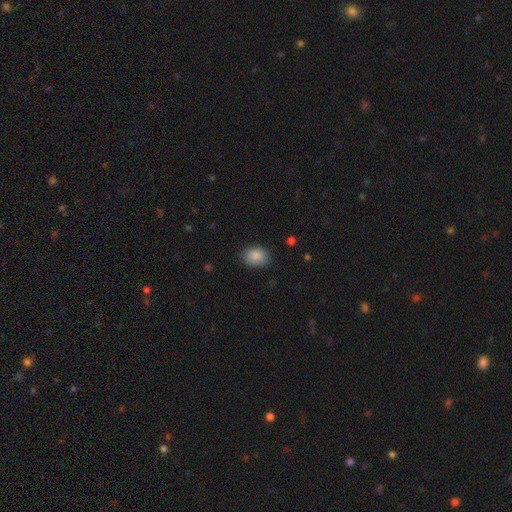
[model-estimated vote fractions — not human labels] The model was most divided on "how rounded": in between: 66%, round: 33%, cigar-shaped: 1%. More confident: smooth or featured — smooth (87%); merging — none (79%).